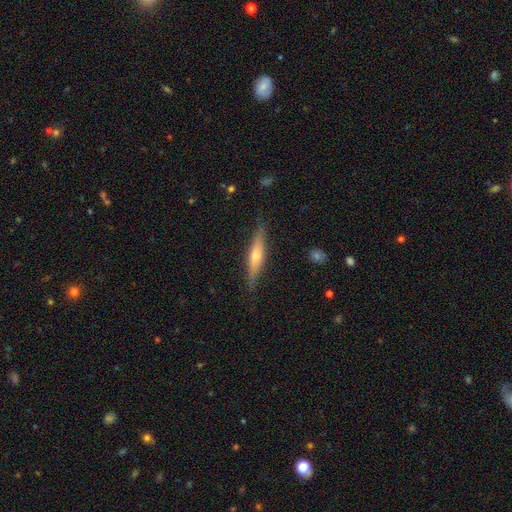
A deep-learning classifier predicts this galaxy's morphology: Smooth or featured? featured or disk (60%)
Edge-on disk? yes (95%)
Edge-on bulge? rounded (83%)
Merging? none (88%)